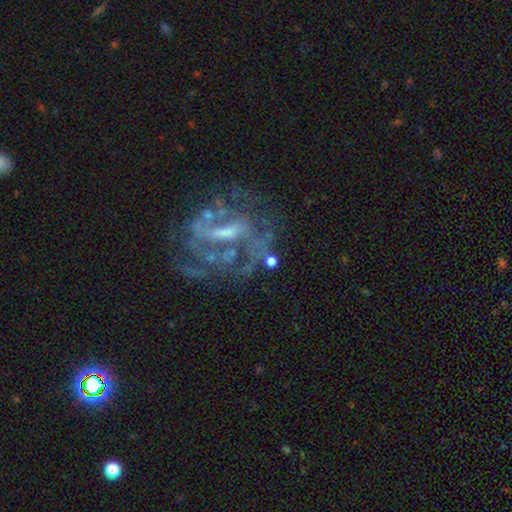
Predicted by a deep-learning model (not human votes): smooth_or_featured: featured or disk (p=0.75) [alt: star or artifact p=0.17]
disk_edge_on: no (p=0.95) [alt: yes p=0.05]
bar: weak (p=0.41) [alt: strong p=0.39]
has_spiral_arms: yes (p=0.81) [alt: no p=0.19]
spiral_winding: tight (p=0.44) [alt: medium p=0.40]
spiral_arm_count: can't tell (p=0.40) [alt: 2 p=0.25]
bulge_size: small (p=0.44) [alt: none p=0.26]
merging: none (p=0.60) [alt: major disturbance p=0.20]